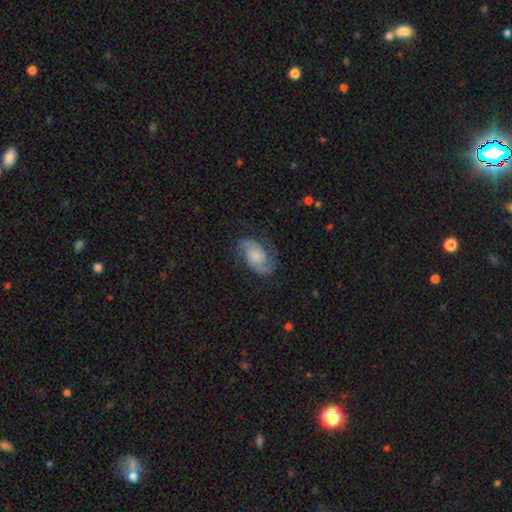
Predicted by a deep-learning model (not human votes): Smooth or featured? Predicted: featured or disk (p=0.82). Edge-on disk? Predicted: no (p=0.97). Bar? Predicted: no (p=0.67). Spiral arms? Predicted: yes (p=0.97). Spiral winding? Predicted: medium (p=0.51). Spiral arm count? Predicted: 2 (p=0.91). Bulge size? Predicted: small (p=0.40). Merging? Predicted: none (p=0.76).